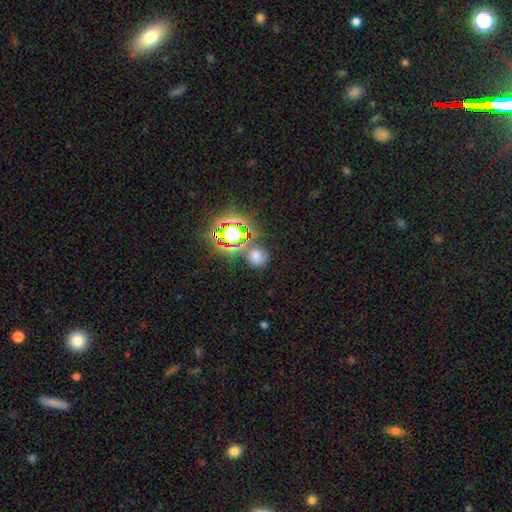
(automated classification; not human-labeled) smooth-or-featured: smooth: 54% | star or artifact: 36% | featured or disk: 10%
  how-rounded: round: 80% | in between: 19% | cigar-shaped: 1%
  merging: none: 70% | minor disturbance: 14% | merger: 10% | major disturbance: 6%